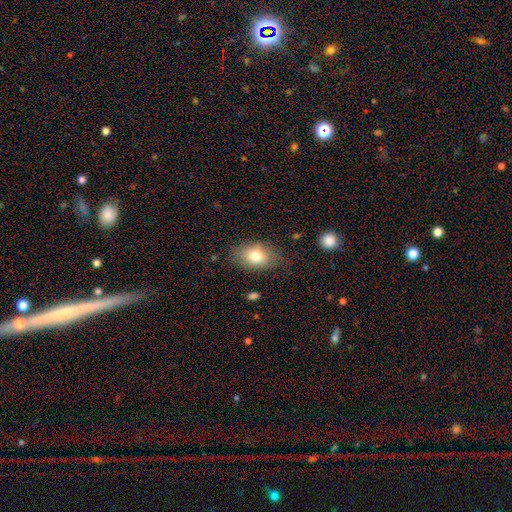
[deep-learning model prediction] Q: Smooth or featured?
A: smooth (76%); runner-up: featured or disk (15%)
Q: How rounded?
A: in between (84%); runner-up: round (14%)
Q: Merging?
A: none (76%); runner-up: minor disturbance (18%)